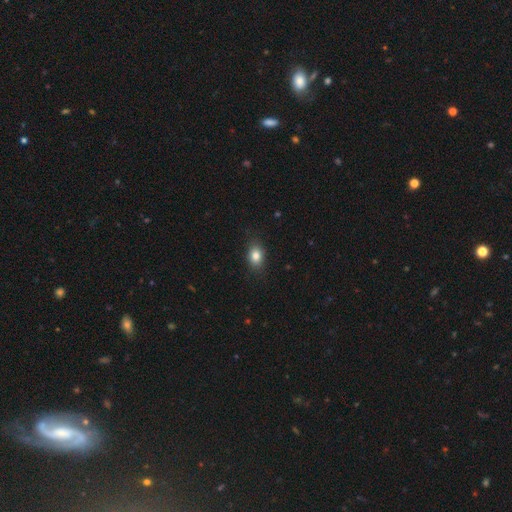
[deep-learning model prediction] Smooth or featured? smooth (83%)
How rounded? in between (73%)
Merging? none (84%)